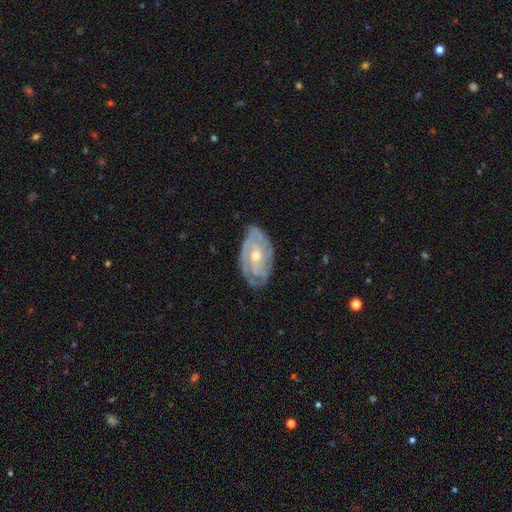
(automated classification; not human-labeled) This is clearly a featured or disk galaxy (83%). It is clearly not viewed edge-on (95%). Bar: likely no (64%). Spiral arm pattern: clearly yes (91%). Spiral arm count: marginally can't tell (34%). Spiral winding: likely tight (70%). Central bulge: likely moderate (61%). Merging: likely none (76%).